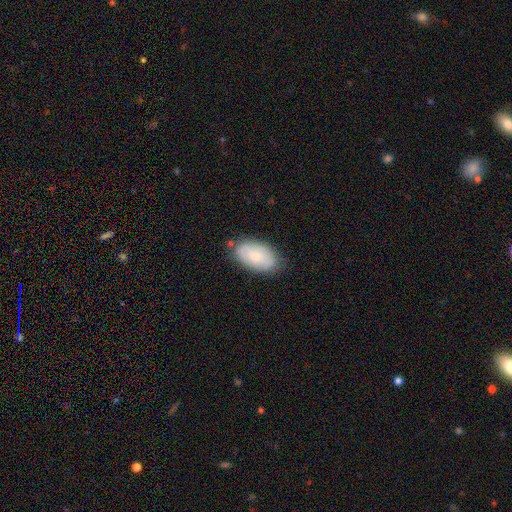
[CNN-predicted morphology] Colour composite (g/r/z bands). It shows a smooth galaxy with no disk features (74%) that is in between round and cigar-shaped (94%). Merging: none (79%).